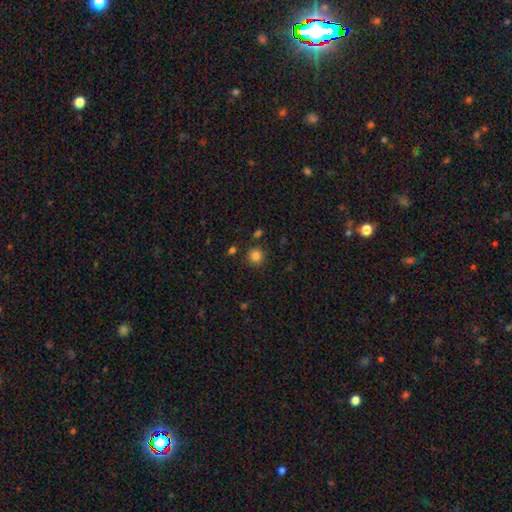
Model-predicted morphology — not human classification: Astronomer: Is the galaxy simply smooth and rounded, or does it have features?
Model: smooth — 83%.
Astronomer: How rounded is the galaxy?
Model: round — 94%.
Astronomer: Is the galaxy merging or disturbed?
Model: none — 88%.